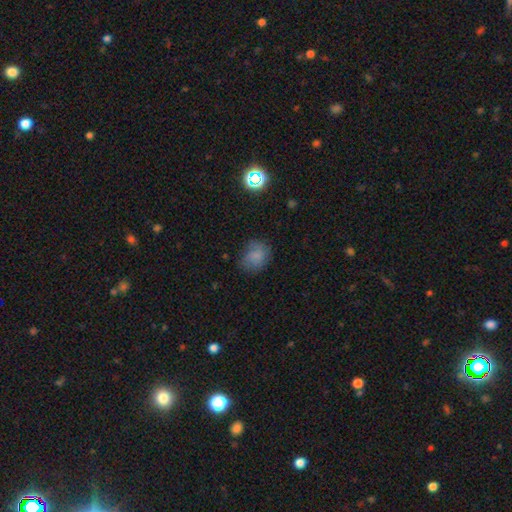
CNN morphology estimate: Smooth or featured? smooth (73%)
How rounded? round (55%)
Merging? none (65%)